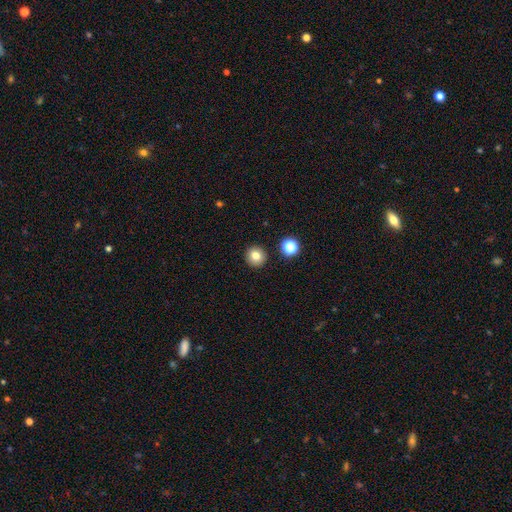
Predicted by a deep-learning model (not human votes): Morphology: type=smooth (80%); roundness=round (94%); merging=none (91%).